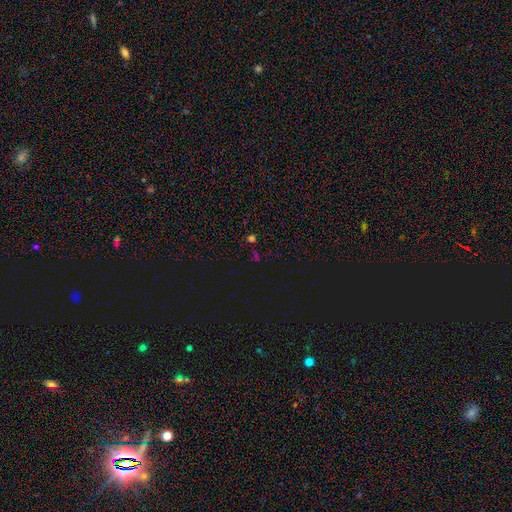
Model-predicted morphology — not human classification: smooth-or-featured: star or artifact: 63% | smooth: 29% | featured or disk: 8%